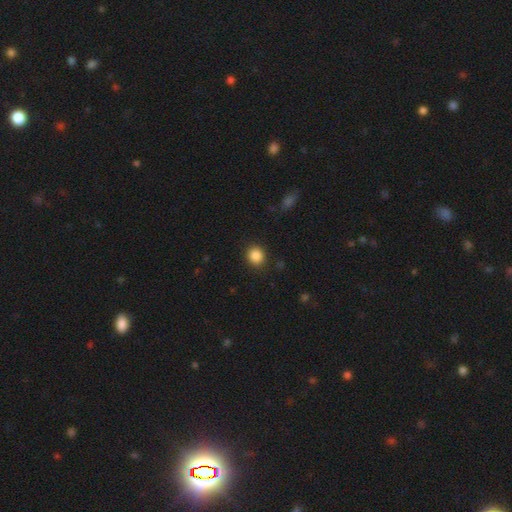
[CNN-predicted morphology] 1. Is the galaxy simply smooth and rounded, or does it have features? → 87% smooth, 10% star or artifact, 3% featured or disk.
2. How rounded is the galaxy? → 80% round, 19% in between, 1% cigar-shaped.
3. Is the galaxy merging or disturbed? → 89% none, 8% minor disturbance, 3% major disturbance, 1% merger.